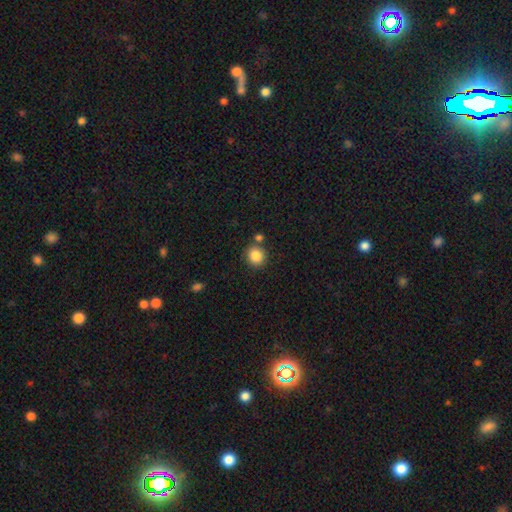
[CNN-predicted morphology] smooth 86%, star or artifact 9%, featured or disk 5%. Down the decision tree: how rounded — round (89%); merging — none (78%).